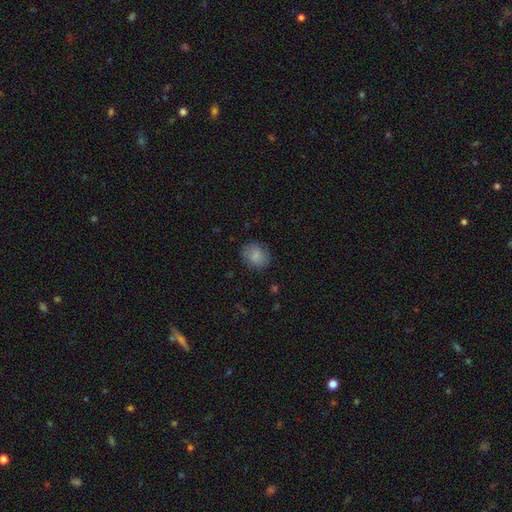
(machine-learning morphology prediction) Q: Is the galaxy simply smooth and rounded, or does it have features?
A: smooth — 84%.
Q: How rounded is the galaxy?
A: round — 59%.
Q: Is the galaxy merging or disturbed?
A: none — 82%.